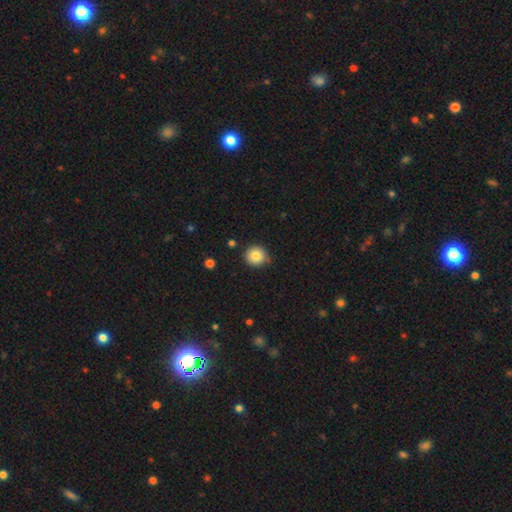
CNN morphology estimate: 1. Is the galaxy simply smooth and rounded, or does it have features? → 82% smooth, 10% star or artifact, 8% featured or disk.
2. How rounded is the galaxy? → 94% round, 5% in between, 1% cigar-shaped.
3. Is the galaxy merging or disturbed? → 84% none, 11% minor disturbance, 3% merger, 2% major disturbance.